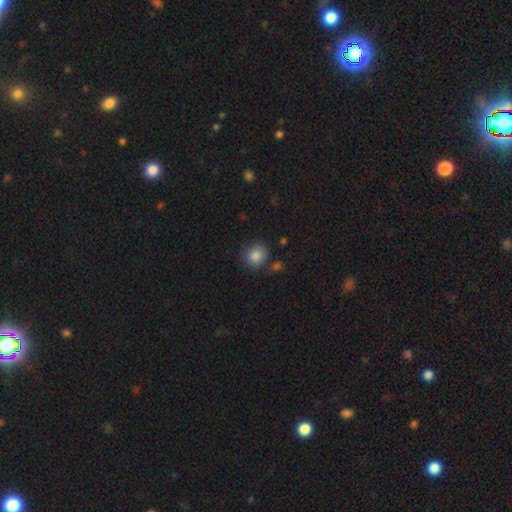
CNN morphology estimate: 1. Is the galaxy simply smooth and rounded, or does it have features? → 86% smooth, 9% star or artifact, 5% featured or disk.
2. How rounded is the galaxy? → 81% round, 18% in between, 1% cigar-shaped.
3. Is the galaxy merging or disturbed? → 78% none, 14% minor disturbance, 5% merger, 4% major disturbance.